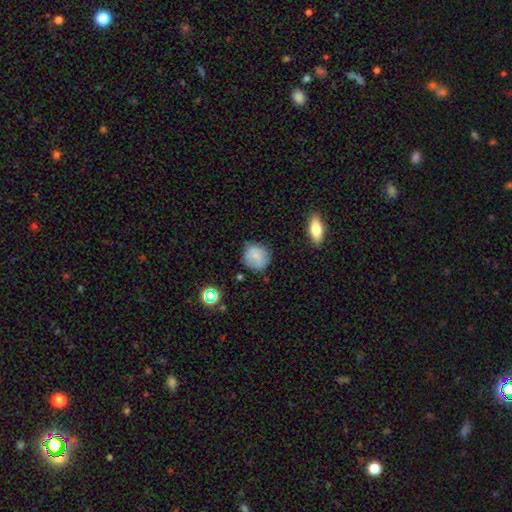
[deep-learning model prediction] Q: Smooth or featured?
A: smooth (76%); runner-up: featured or disk (14%)
Q: How rounded?
A: round (78%); runner-up: in between (21%)
Q: Merging?
A: none (70%); runner-up: minor disturbance (22%)